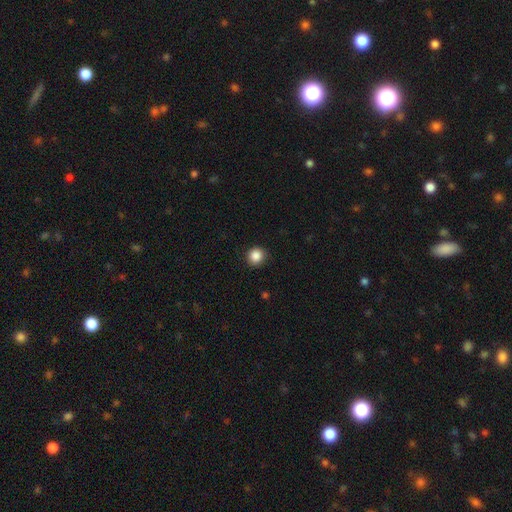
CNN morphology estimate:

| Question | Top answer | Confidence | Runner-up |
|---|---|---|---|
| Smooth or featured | smooth | 87% | star or artifact (10%) |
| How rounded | round | 93% | in between (6%) |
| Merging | none | 90% | minor disturbance (7%) |